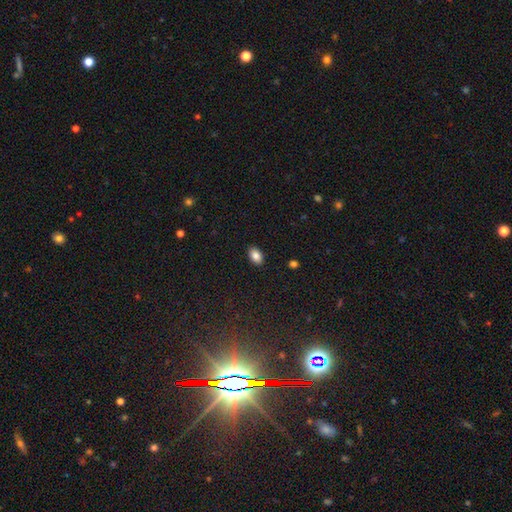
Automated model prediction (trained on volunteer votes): The model was most divided on "how rounded": in between: 88%, round: 11%, cigar-shaped: 1%. More confident: merging — none (90%); smooth or featured — smooth (86%).